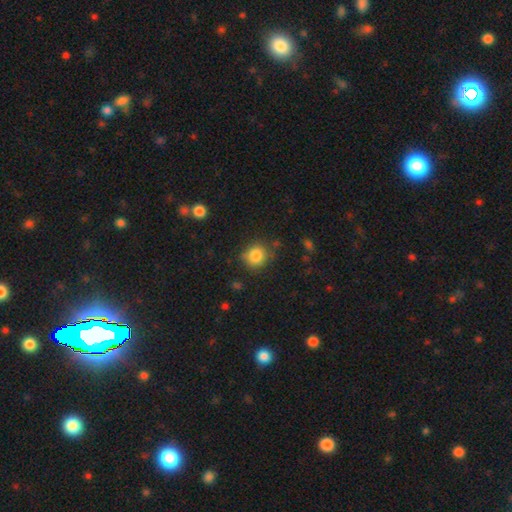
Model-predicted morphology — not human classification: This is clearly a smooth galaxy (85%). How rounded: clearly round (85%). Merging: likely none (80%).